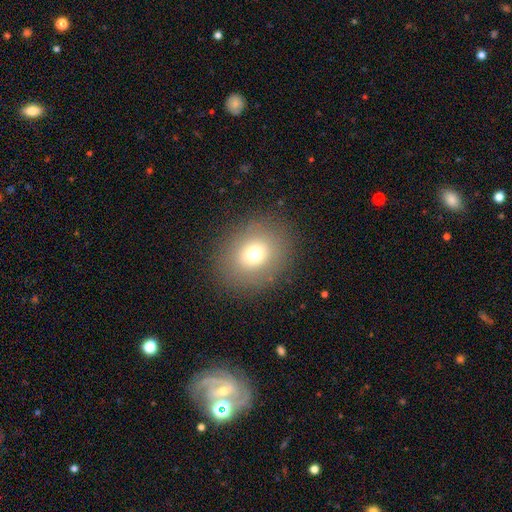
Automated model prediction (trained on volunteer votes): The model was most divided on "how rounded": round: 65%, in between: 34%, cigar-shaped: 1%. More confident: merging — none (86%); smooth or featured — smooth (70%).